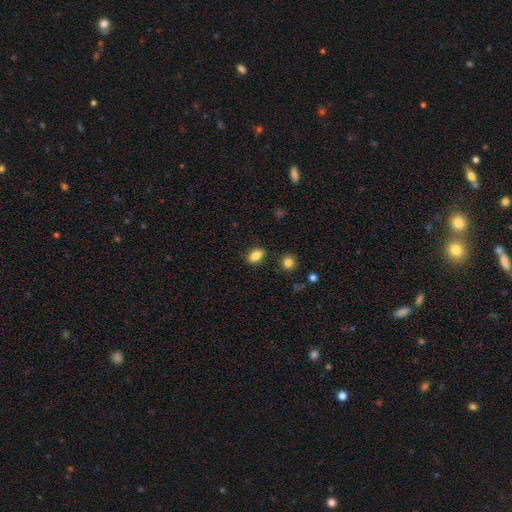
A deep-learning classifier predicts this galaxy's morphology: The model was most divided on "smooth or featured": smooth: 84%, star or artifact: 9%, featured or disk: 7%. More confident: merging — none (87%); how rounded — in between (86%).